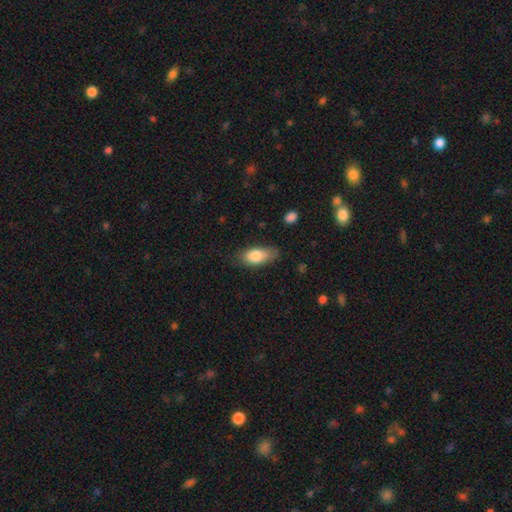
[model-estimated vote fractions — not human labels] Smooth or featured: smooth — 80% (featured or disk — 13%)
How rounded: in between — 84% (cigar-shaped — 13%)
Merging: none — 70% (minor disturbance — 23%)